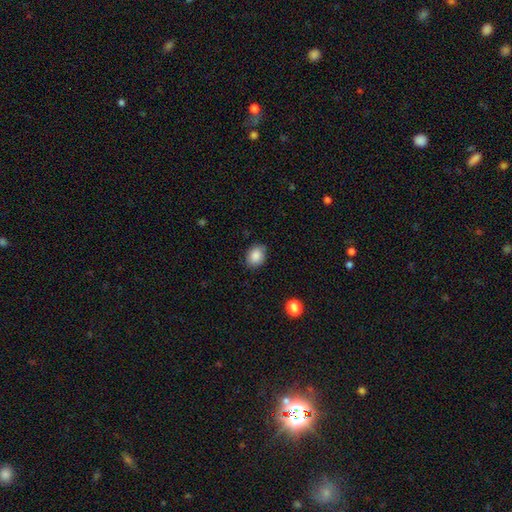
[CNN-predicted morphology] A smooth galaxy with no disk features (87%) that is in between round and cigar-shaped (57%).

Vote fractions:
- Smooth or featured? smooth: 87% / star or artifact: 8% / featured or disk: 5%
- How rounded? in between: 57% / round: 42% / cigar-shaped: 1%
- Merging? none: 81% / minor disturbance: 15% / major disturbance: 3% / merger: 1%